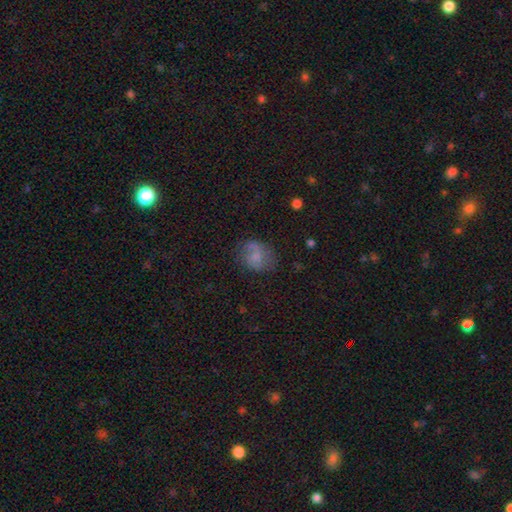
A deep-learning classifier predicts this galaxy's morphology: smooth_or_featured: smooth (p=0.63) [alt: featured or disk p=0.27]
how_rounded: round (p=0.56) [alt: in between p=0.43]
merging: none (p=0.57) [alt: minor disturbance p=0.25]